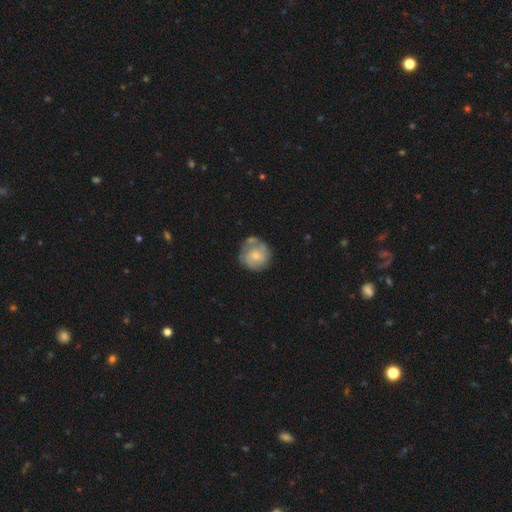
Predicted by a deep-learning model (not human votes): Smooth or featured?
  - featured or disk: 51% *
  - smooth: 43%
  - star or artifact: 6%
Edge-on disk?
  - no: 98% *
  - yes: 2%
Merging?
  - none: 58% *
  - minor disturbance: 23%
  - major disturbance: 10%
  - merger: 9%